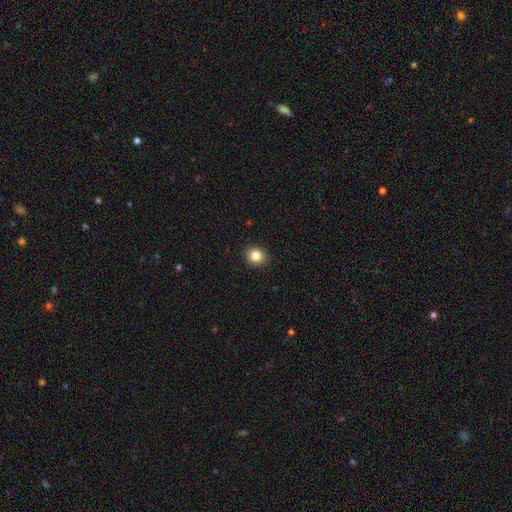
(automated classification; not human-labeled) This is clearly a smooth galaxy (85%). How rounded: likely round (74%). Merging: clearly none (91%).